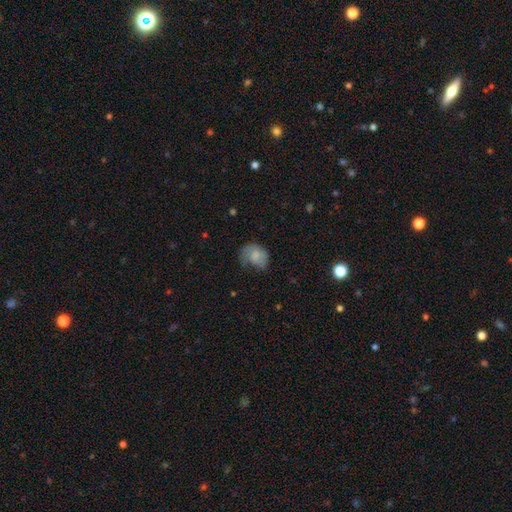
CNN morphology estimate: A smooth galaxy with no disk features (65%) that is in between round and cigar-shaped (53%). Merging: none (40%).